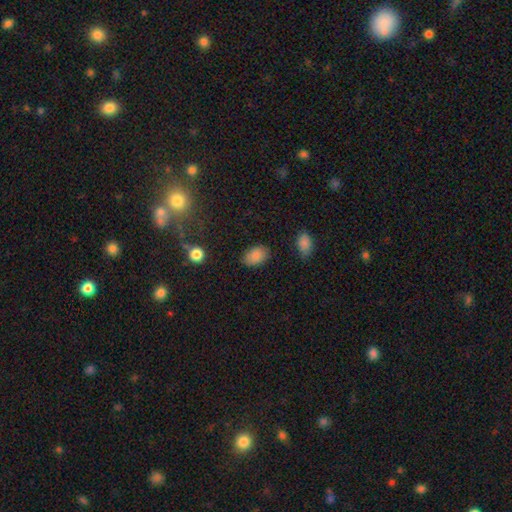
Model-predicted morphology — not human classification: Q: Smooth or featured?
A: smooth (86%); runner-up: star or artifact (8%)
Q: How rounded?
A: in between (87%); runner-up: round (12%)
Q: Merging?
A: none (84%); runner-up: minor disturbance (11%)